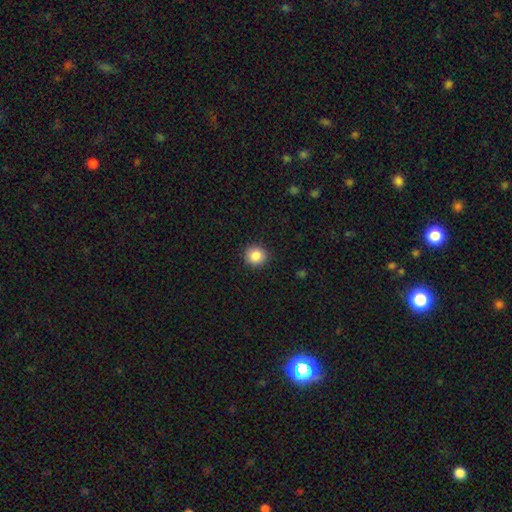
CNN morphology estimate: smooth-or-featured: smooth: 86% | star or artifact: 10% | featured or disk: 4%
  how-rounded: round: 91% | in between: 8% | cigar-shaped: 1%
  merging: none: 91% | minor disturbance: 6% | major disturbance: 2% | merger: 1%